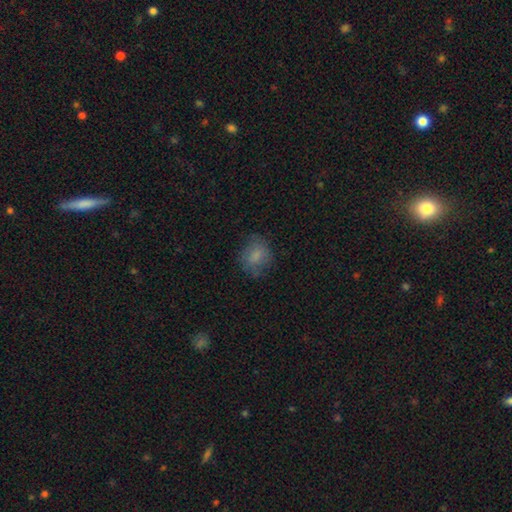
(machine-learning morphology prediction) Smooth or featured: smooth — 77% (featured or disk — 13%)
How rounded: round — 60% (in between — 39%)
Merging: none — 70% (minor disturbance — 20%)